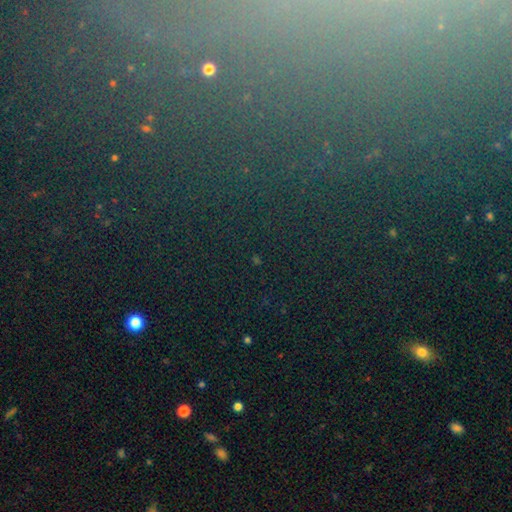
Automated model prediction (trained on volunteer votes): smooth-or-featured: star or artifact: 72% | smooth: 16% | featured or disk: 11%